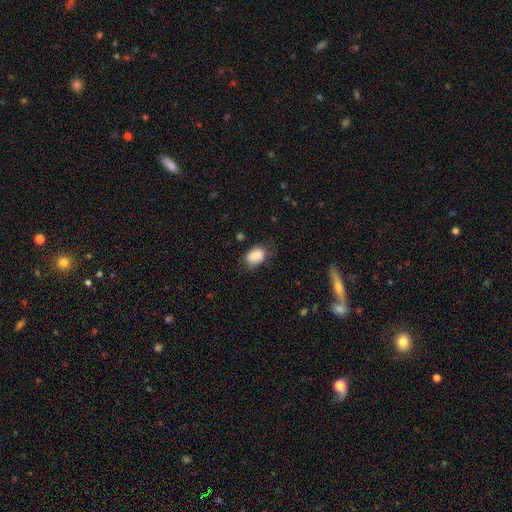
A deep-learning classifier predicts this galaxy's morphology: This appears to be a smooth galaxy with no disk features (85%) that is in between round and cigar-shaped (78%). Merging: none (63%).